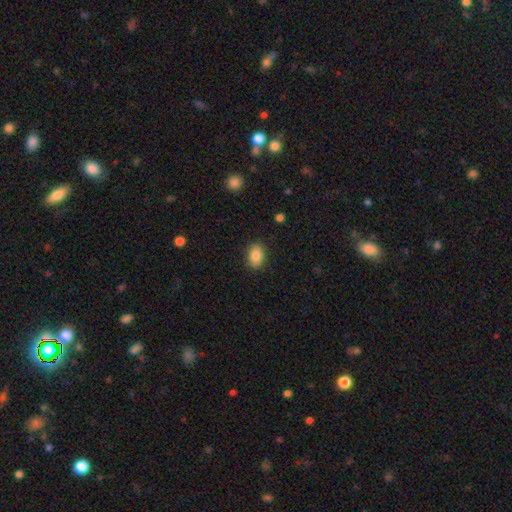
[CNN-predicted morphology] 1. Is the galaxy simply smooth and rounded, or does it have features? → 85% smooth, 8% star or artifact, 7% featured or disk.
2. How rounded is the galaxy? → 78% in between, 20% round, 1% cigar-shaped.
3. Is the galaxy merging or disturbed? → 86% none, 10% minor disturbance, 2% major disturbance, 1% merger.